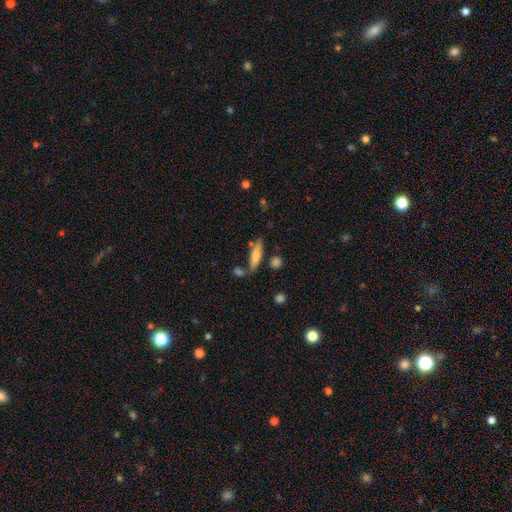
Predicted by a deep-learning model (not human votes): Q: Smooth or featured?
A: smooth (66%); runner-up: featured or disk (27%)
Q: How rounded?
A: cigar-shaped (65%); runner-up: in between (33%)
Q: Merging?
A: none (67%); runner-up: minor disturbance (17%)